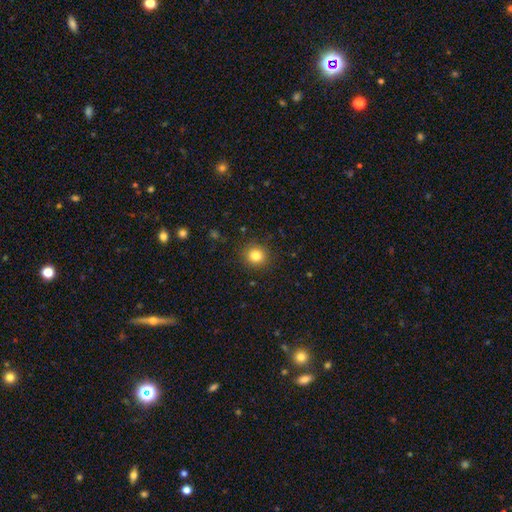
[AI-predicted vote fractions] This appears to be a smooth galaxy with no disk features (83%) that is round (88%). Merging: none (89%).